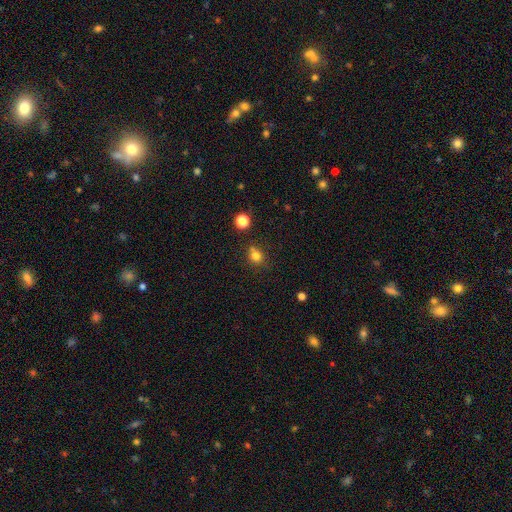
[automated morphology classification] Overall: smooth (78%). How rounded: round (74%). Merging: none (63%).